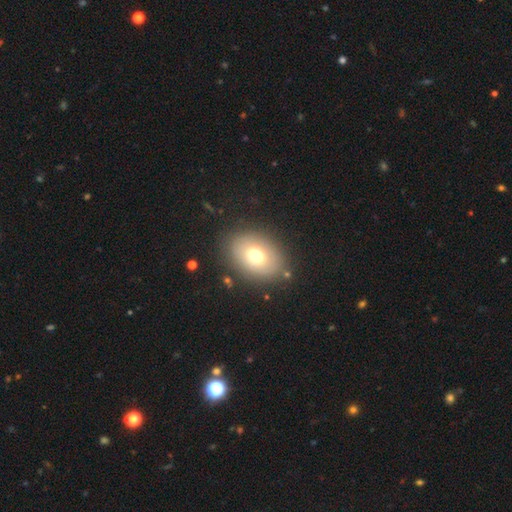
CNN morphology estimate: A smooth galaxy with no disk features (69%) that is in between round and cigar-shaped (75%).

Vote fractions:
- Smooth or featured? smooth: 69% / featured or disk: 22% / star or artifact: 9%
- How rounded? in between: 75% / round: 24% / cigar-shaped: 1%
- Merging? none: 83% / minor disturbance: 11% / major disturbance: 4% / merger: 2%